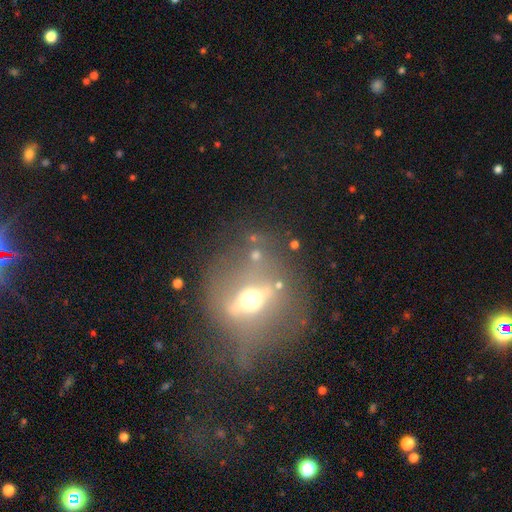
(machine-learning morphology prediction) This appears to be a featured or disk galaxy (56%). Merging: none (57%).